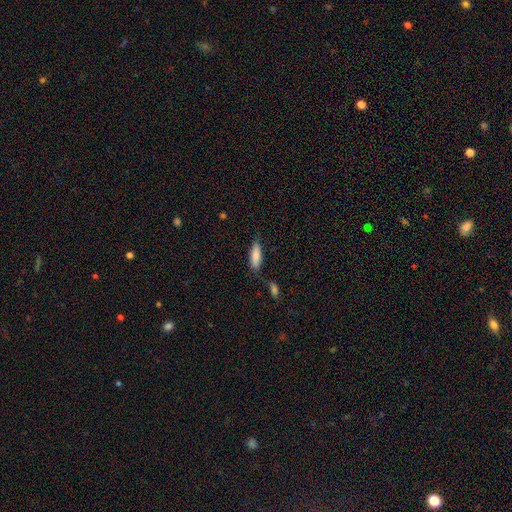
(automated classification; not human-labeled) A smooth galaxy with no disk features (85%) that is in between round and cigar-shaped (55%).

Vote fractions:
- Smooth or featured? smooth: 85% / featured or disk: 9% / star or artifact: 6%
- How rounded? in between: 55% / cigar-shaped: 43% / round: 2%
- Merging? none: 70% / minor disturbance: 20% / merger: 6% / major disturbance: 5%